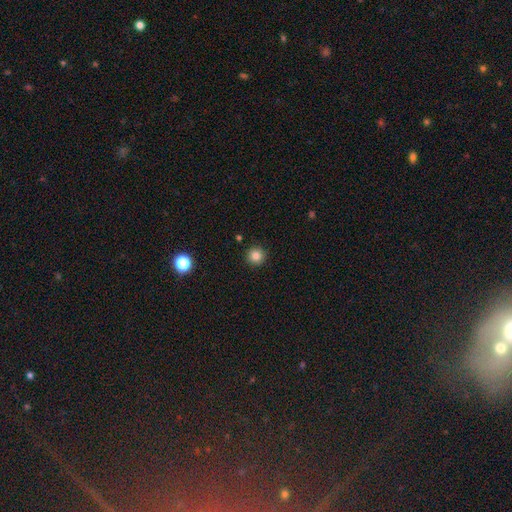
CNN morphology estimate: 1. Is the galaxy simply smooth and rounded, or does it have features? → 83% smooth, 12% star or artifact, 5% featured or disk.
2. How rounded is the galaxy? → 95% round, 4% in between, 1% cigar-shaped.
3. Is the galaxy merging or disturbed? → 92% none, 5% minor disturbance, 2% major disturbance, 1% merger.